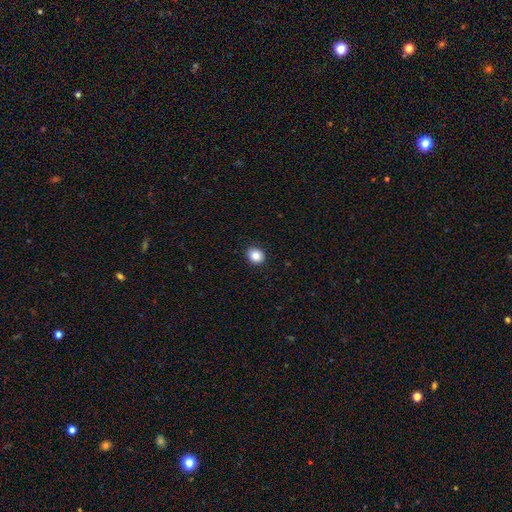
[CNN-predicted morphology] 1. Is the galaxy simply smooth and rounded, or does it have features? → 85% smooth, 10% star or artifact, 5% featured or disk.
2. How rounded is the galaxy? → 73% round, 26% in between, 1% cigar-shaped.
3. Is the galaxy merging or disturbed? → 92% none, 6% minor disturbance, 2% major disturbance, 1% merger.